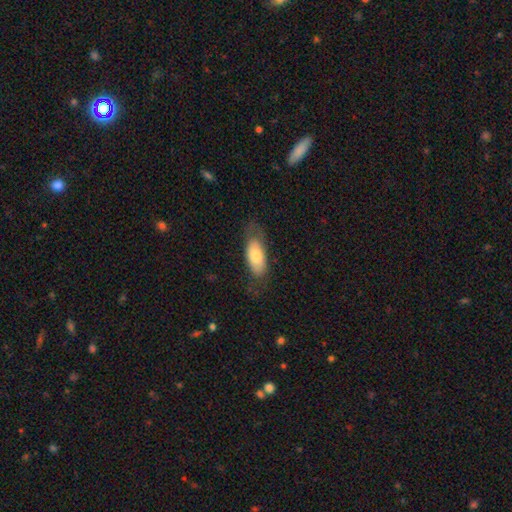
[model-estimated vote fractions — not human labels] smooth_or_featured: smooth (p=0.73) [alt: featured or disk p=0.21]
how_rounded: in between (p=0.85) [alt: cigar-shaped p=0.13]
merging: none (p=0.60) [alt: minor disturbance p=0.26]